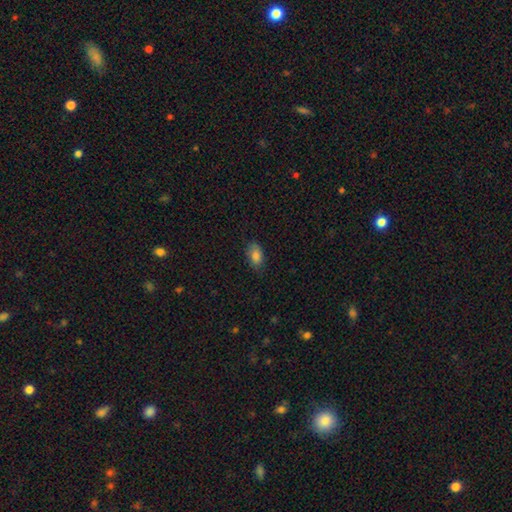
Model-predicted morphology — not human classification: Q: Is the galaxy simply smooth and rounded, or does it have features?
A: smooth — 85%.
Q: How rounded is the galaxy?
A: in between — 90%.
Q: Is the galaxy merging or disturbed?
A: none — 77%.